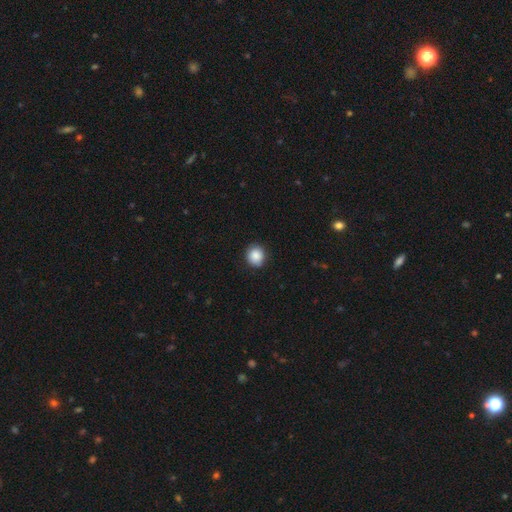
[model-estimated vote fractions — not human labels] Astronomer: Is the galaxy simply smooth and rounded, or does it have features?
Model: smooth — 87%.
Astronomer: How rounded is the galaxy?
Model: round — 87%.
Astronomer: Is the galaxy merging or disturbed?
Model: none — 86%.